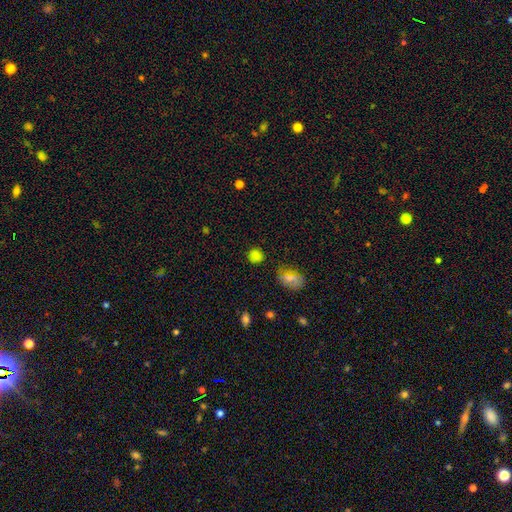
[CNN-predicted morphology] smooth 79%, star or artifact 16%, featured or disk 5%. Down the decision tree: how rounded — round (84%); merging — none (85%).